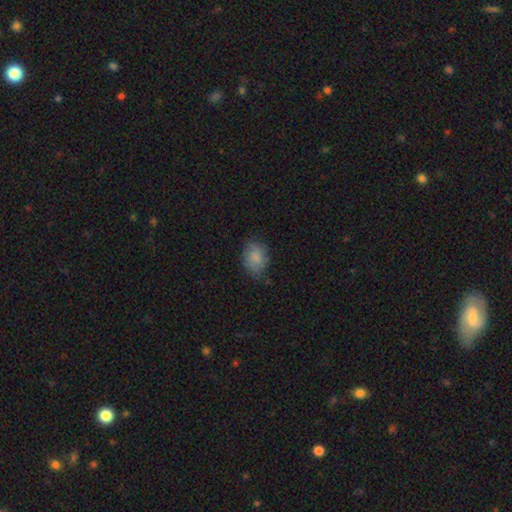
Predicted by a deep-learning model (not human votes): Smooth or featured? Predicted: smooth (p=0.83). How rounded? Predicted: in between (p=0.64). Merging? Predicted: none (p=0.73).